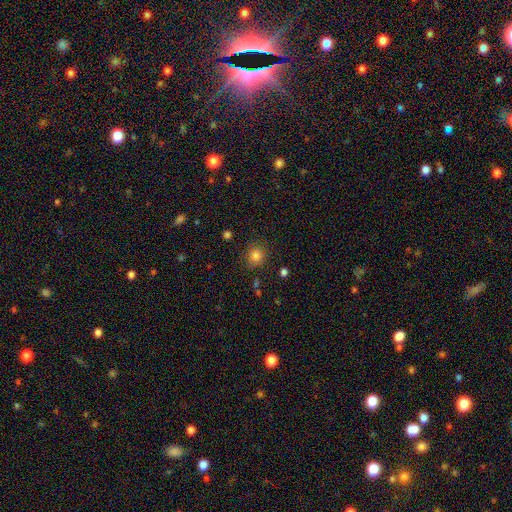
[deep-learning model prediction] Morphology: type=smooth (82%); roundness=round (86%); merging=none (86%).